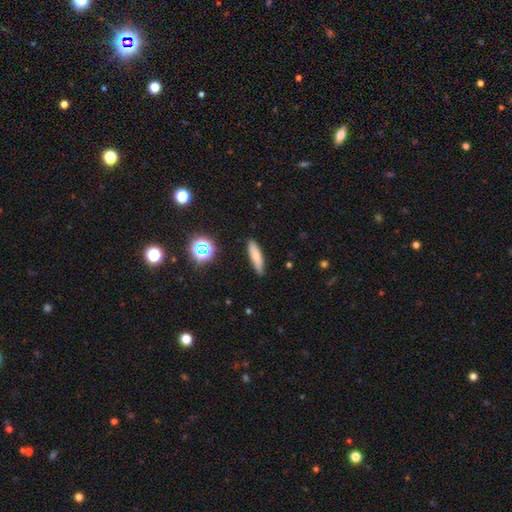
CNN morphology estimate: This is likely a smooth galaxy (73%). How rounded: likely cigar-shaped (66%). Merging: clearly none (83%).